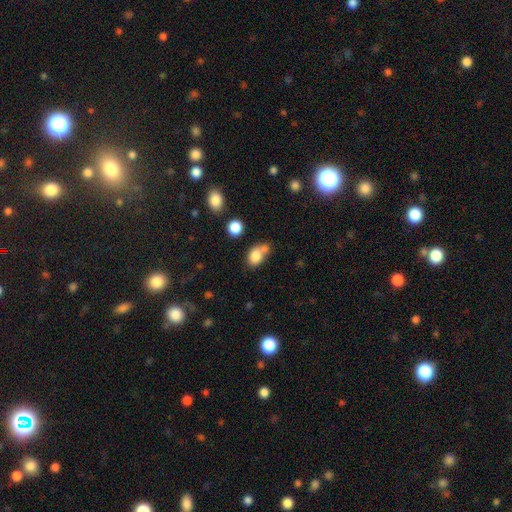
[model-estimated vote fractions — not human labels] This is clearly a smooth galaxy (81%). How rounded: likely in between (65%). Merging: marginally none (40%).